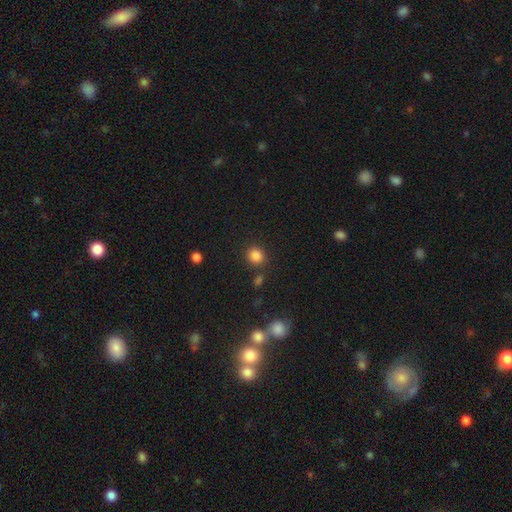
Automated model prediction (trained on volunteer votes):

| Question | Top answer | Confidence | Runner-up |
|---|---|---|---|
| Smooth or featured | smooth | 84% | star or artifact (12%) |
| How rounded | round | 80% | in between (19%) |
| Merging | none | 82% | minor disturbance (9%) |